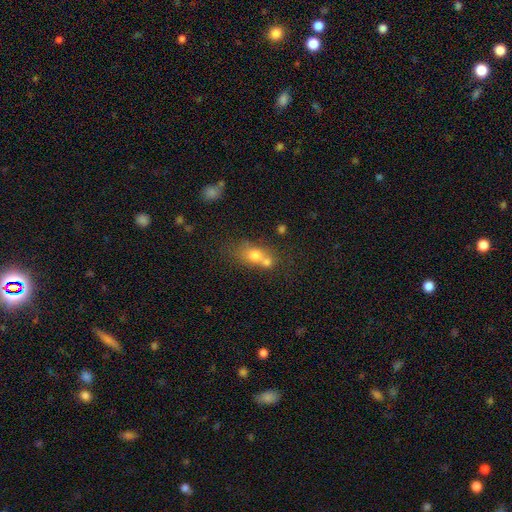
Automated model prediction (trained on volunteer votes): This appears to be a smooth galaxy with no disk features (69%) that is in between round and cigar-shaped (52%). Merging: merger (51%).